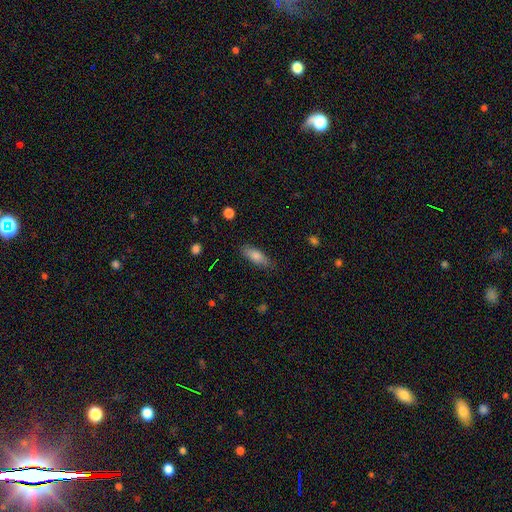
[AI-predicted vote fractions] smooth 77%, featured or disk 16%, star or artifact 7%. Down the decision tree: how rounded — in between (60%); merging — none (83%).